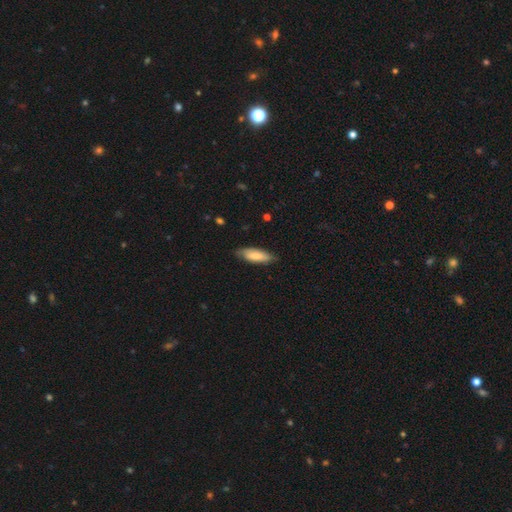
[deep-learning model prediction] A smooth galaxy with no disk features (77%) that is in between round and cigar-shaped (61%).

Vote fractions:
- Smooth or featured? smooth: 77% / featured or disk: 18% / star or artifact: 5%
- How rounded? in between: 61% / cigar-shaped: 37% / round: 2%
- Merging? none: 79% / minor disturbance: 17% / major disturbance: 3% / merger: 1%